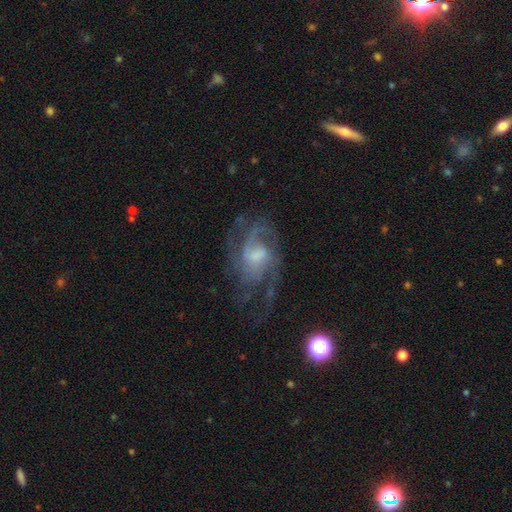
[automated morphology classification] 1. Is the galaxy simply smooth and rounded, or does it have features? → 83% featured or disk, 9% smooth, 8% star or artifact.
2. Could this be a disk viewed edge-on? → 97% no, 3% yes.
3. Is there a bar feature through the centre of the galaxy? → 49% no, 44% weak, 7% strong.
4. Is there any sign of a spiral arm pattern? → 94% yes, 6% no.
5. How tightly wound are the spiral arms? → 49% medium, 29% tight, 22% loose.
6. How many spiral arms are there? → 27% can't tell, 26% 3, 25% 2, 10% 4, 7% 1, 6% more than 4.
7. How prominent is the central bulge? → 44% moderate, 31% small, 14% none, 10% large, 1% dominant.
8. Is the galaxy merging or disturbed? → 56% none, 22% major disturbance, 19% minor disturbance, 2% merger.